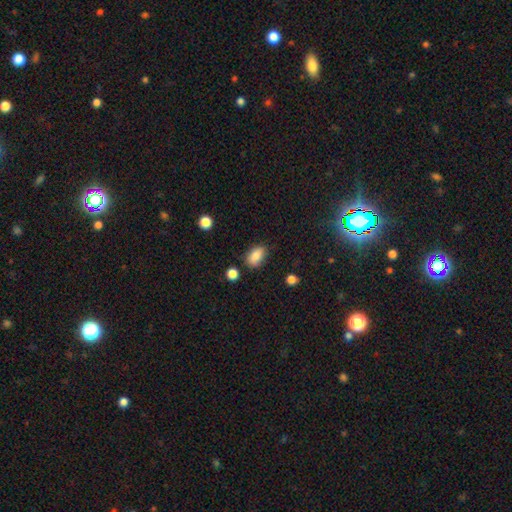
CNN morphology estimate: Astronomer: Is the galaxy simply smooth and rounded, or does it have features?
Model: smooth — 85%.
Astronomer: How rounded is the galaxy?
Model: in between — 88%.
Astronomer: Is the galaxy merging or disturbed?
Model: none — 78%.